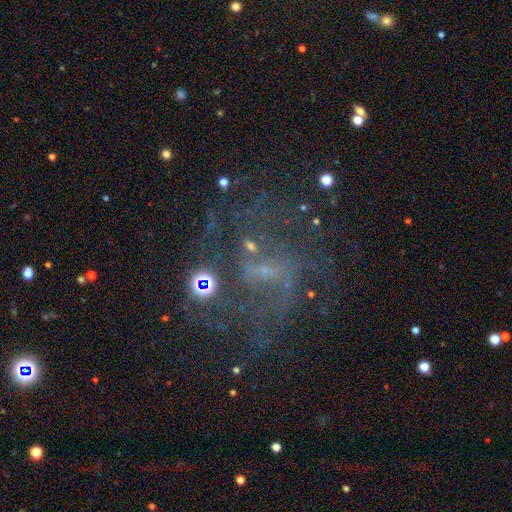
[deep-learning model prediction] Overall: featured or disk (62%; star or artifact 25%). Edge-on disk: no (97%). Bar: weak (44%; no 39%). Spiral arms: yes (71%). Bulge size: small (50%; none 35%). Merging: none (51%; major disturbance 25%).